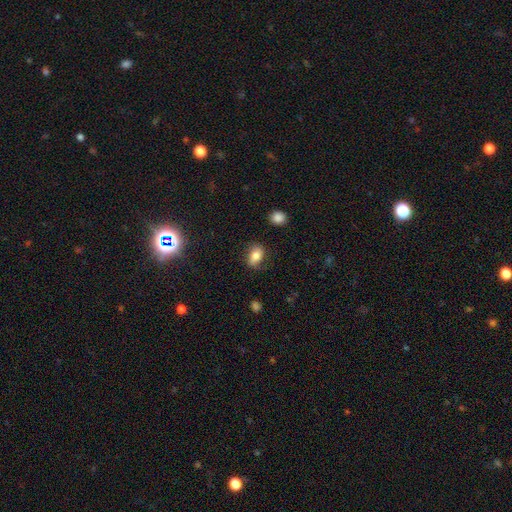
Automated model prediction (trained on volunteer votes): The model was most divided on "merging": none: 72%, minor disturbance: 20%, major disturbance: 6%, merger: 2%. More confident: how rounded — in between (77%); smooth or featured — smooth (75%).